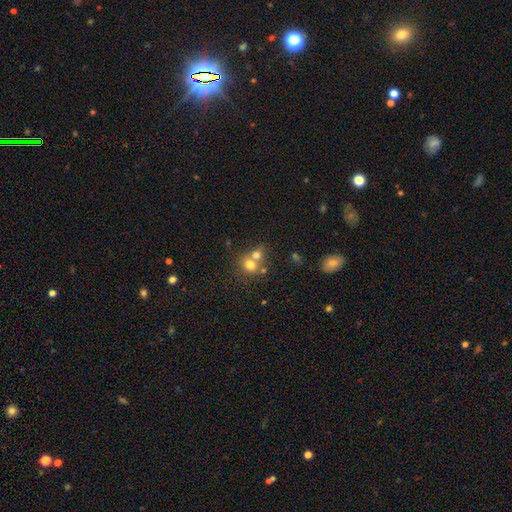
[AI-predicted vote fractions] Smooth or featured? smooth (64%)
How rounded? round (77%)
Merging? merger (49%)